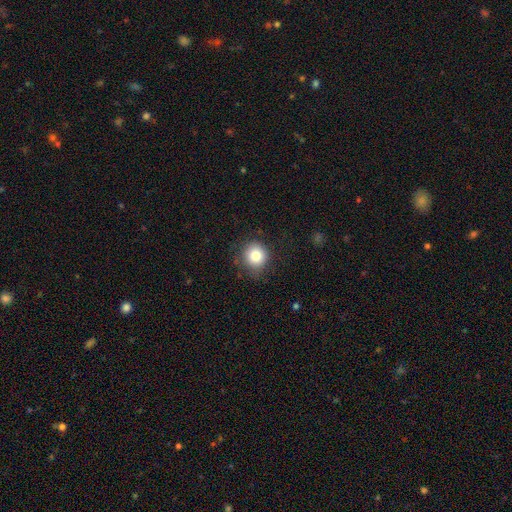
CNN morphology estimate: Overall: smooth (83%). How rounded: round (89%). Merging: none (79%).